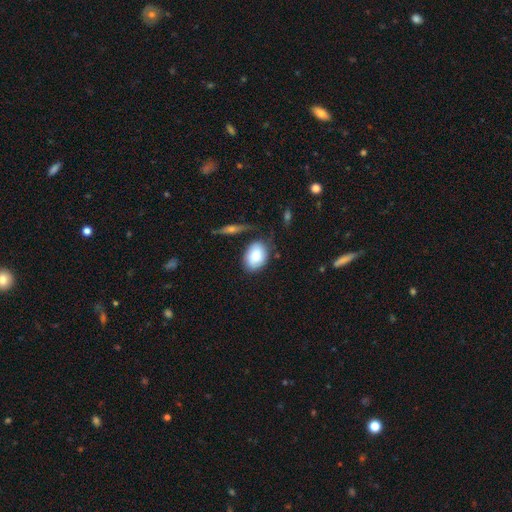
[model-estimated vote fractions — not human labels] Smooth or featured? Predicted: smooth (p=0.84). How rounded? Predicted: in between (p=0.80). Merging? Predicted: none (p=0.63).